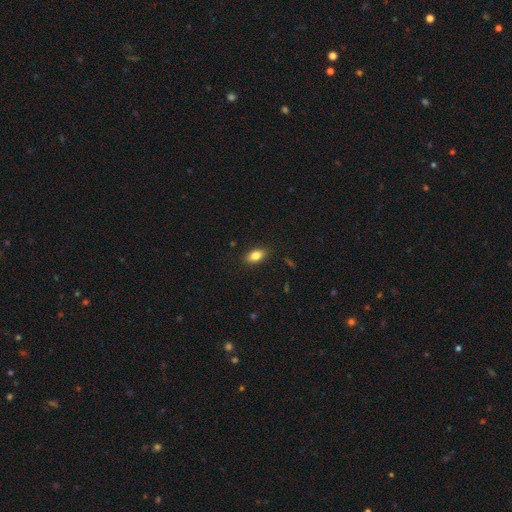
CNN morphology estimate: type=smooth (82%); roundness=in between (87%); merging=none (87%).